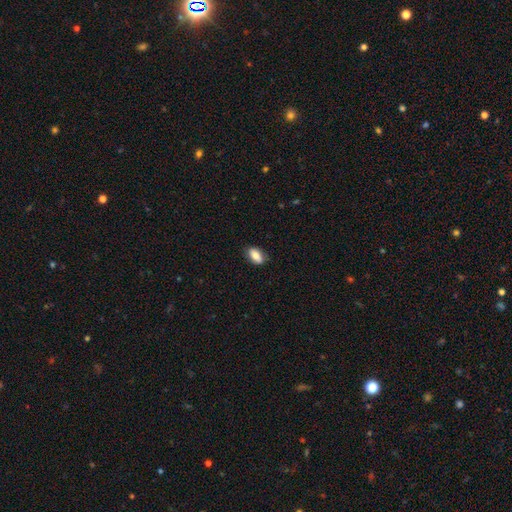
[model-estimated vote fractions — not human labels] A smooth galaxy with no disk features (79%) that is in between round and cigar-shaped (89%).

Vote fractions:
- Smooth or featured? smooth: 79% / featured or disk: 14% / star or artifact: 7%
- How rounded? in between: 89% / cigar-shaped: 6% / round: 6%
- Merging? none: 83% / minor disturbance: 13% / major disturbance: 2% / merger: 1%